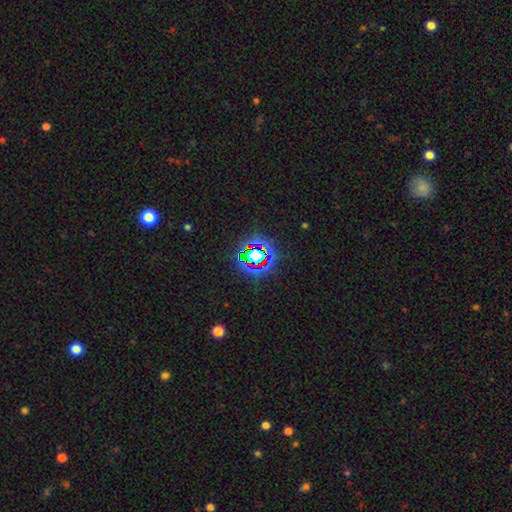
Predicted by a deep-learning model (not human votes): Smooth or featured? star or artifact (72%)